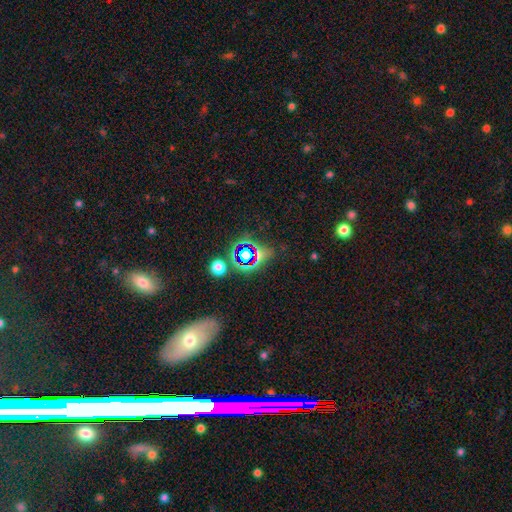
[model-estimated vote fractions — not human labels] A star or artifact, not a galaxy (64%).

Vote fractions:
- Smooth or featured? star or artifact: 64% / smooth: 26% / featured or disk: 11%